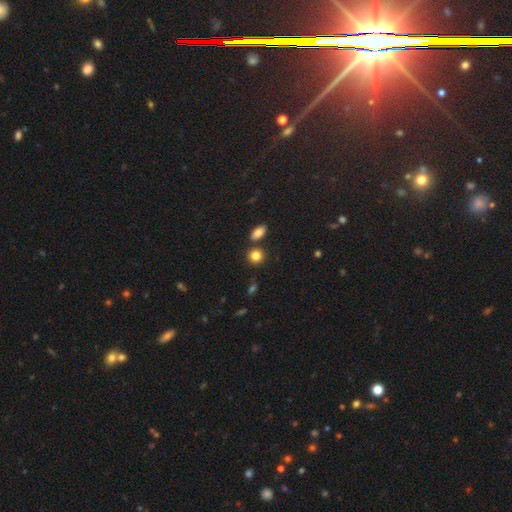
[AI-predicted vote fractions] A smooth galaxy with no disk features (84%) that is round (76%).

Vote fractions:
- Smooth or featured? smooth: 84% / star or artifact: 10% / featured or disk: 6%
- How rounded? round: 76% / in between: 22% / cigar-shaped: 2%
- Merging? none: 76% / merger: 12% / minor disturbance: 9% / major disturbance: 3%